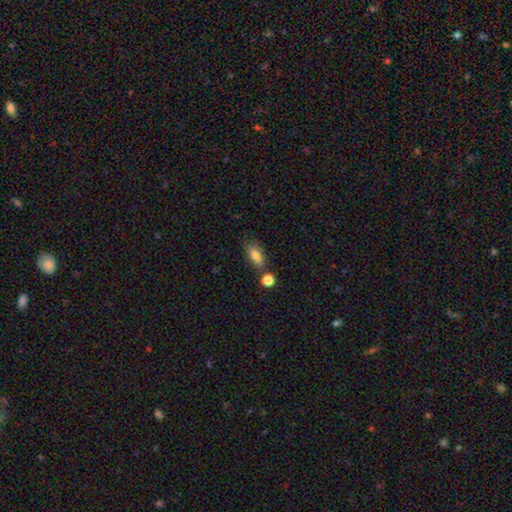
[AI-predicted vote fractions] Smooth or featured: smooth — 79% (featured or disk — 12%)
How rounded: in between — 82% (cigar-shaped — 12%)
Merging: none — 68% (minor disturbance — 17%)